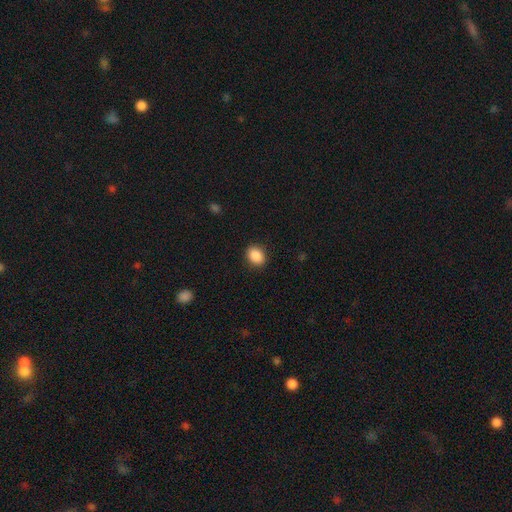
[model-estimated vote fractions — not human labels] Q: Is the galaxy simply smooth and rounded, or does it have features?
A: smooth — 89%.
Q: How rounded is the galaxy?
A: in between — 62%.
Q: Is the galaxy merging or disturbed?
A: none — 90%.